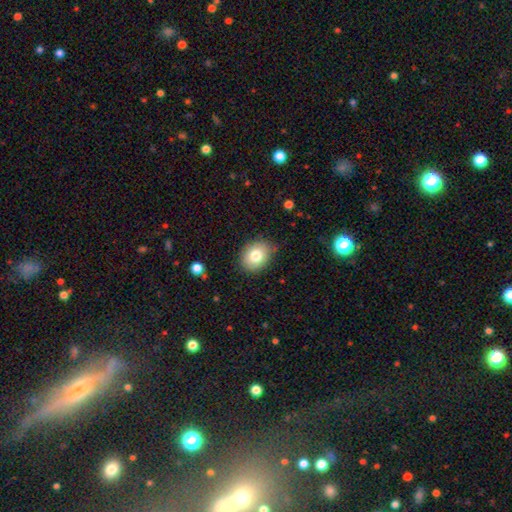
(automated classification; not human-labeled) smooth-or-featured: smooth: 79% | featured or disk: 12% | star or artifact: 9%
  how-rounded: in between: 60% | round: 39% | cigar-shaped: 1%
  merging: none: 80% | minor disturbance: 16% | major disturbance: 3% | merger: 1%